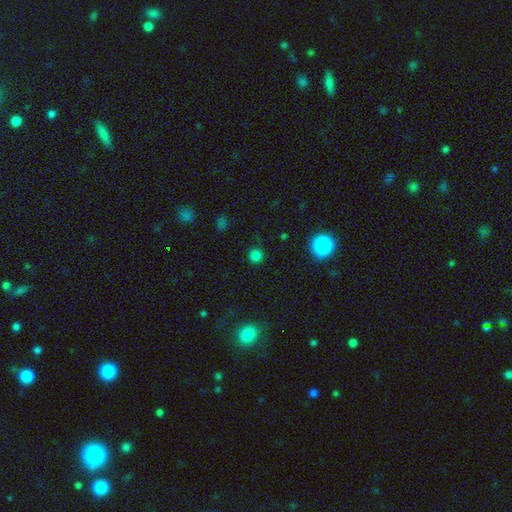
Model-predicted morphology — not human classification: Smooth or featured?
  - smooth: 78% *
  - star or artifact: 18%
  - featured or disk: 4%
How rounded?
  - round: 93% *
  - in between: 6%
  - cigar-shaped: 1%
Merging?
  - none: 88% *
  - minor disturbance: 8%
  - major disturbance: 3%
  - merger: 2%